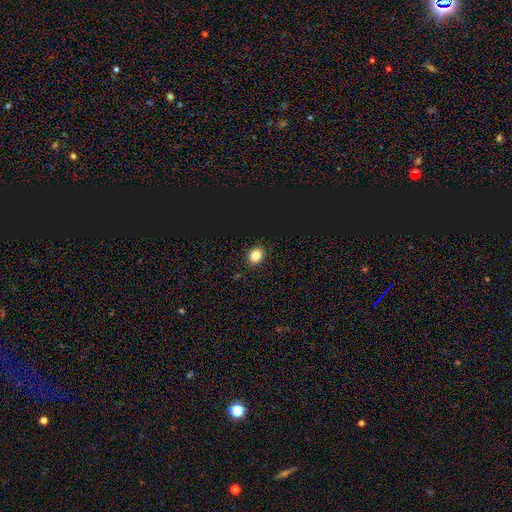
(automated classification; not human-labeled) Smooth or featured?
  - smooth: 80% *
  - star or artifact: 14%
  - featured or disk: 5%
How rounded?
  - round: 54% *
  - in between: 45%
  - cigar-shaped: 1%
Merging?
  - none: 88% *
  - minor disturbance: 8%
  - major disturbance: 2%
  - merger: 1%